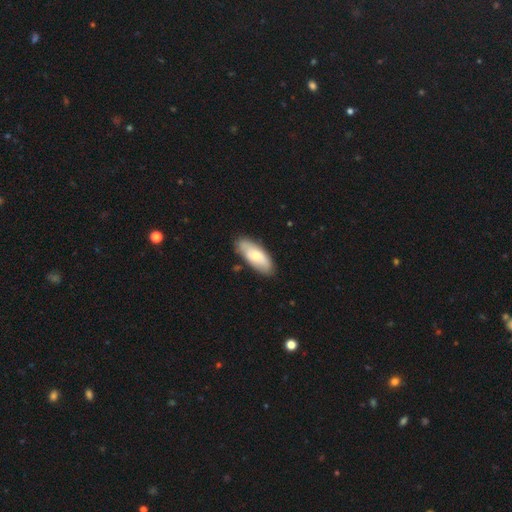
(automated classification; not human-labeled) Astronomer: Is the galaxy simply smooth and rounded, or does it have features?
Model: smooth — 59% (runner-up: featured or disk, 36%).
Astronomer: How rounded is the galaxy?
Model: in between — 82%.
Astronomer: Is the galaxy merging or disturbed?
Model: none — 79%.